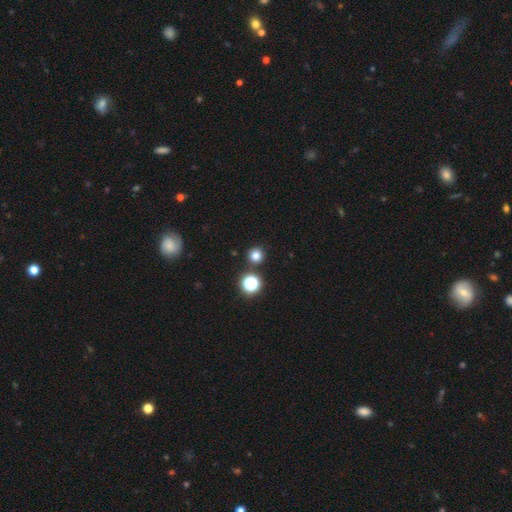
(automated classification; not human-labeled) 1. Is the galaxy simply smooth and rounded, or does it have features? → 78% smooth, 17% star or artifact, 5% featured or disk.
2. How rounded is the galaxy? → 94% round, 5% in between, 1% cigar-shaped.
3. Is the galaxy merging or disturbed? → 87% none, 6% minor disturbance, 5% merger, 2% major disturbance.